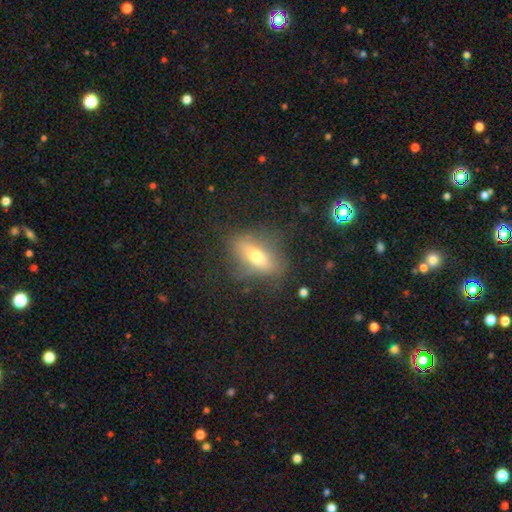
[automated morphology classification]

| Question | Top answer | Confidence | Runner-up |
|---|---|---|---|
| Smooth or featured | smooth | 50% | featured or disk (39%) |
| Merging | none | 68% | minor disturbance (18%) |